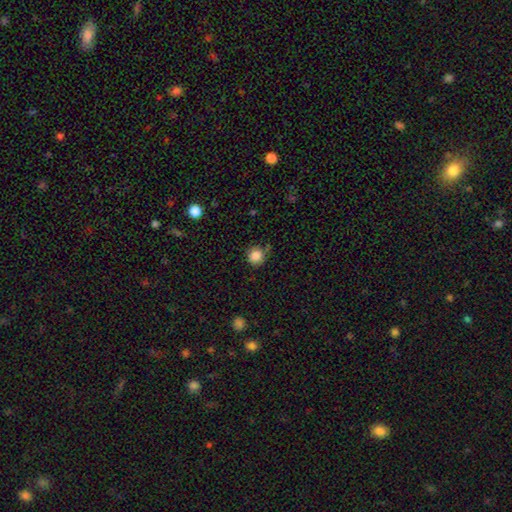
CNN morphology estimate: The model was most divided on "merging": none: 79%, minor disturbance: 13%, merger: 5%, major disturbance: 3%. More confident: how rounded — round (92%); smooth or featured — smooth (85%).